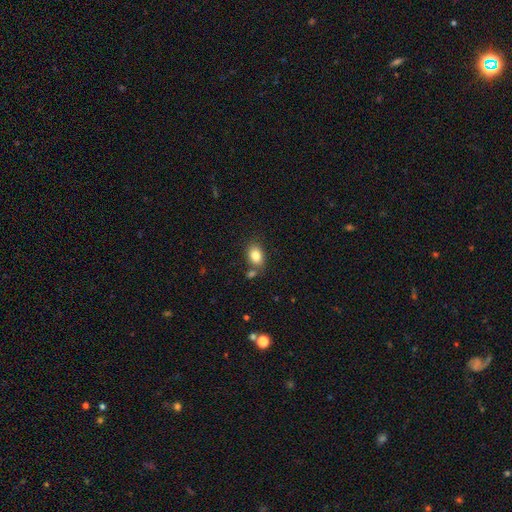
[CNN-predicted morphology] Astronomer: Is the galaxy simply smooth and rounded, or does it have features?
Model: smooth — 83%.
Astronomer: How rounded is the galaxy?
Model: in between — 79%.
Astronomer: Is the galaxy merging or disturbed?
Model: none — 70%.